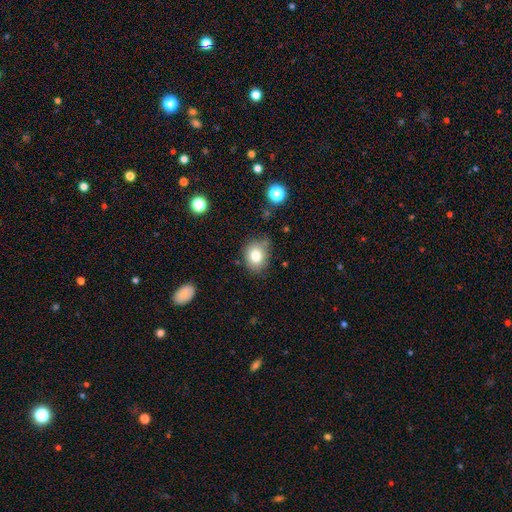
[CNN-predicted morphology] Smooth or featured? smooth (80%)
How rounded? round (51%)
Merging? none (69%)